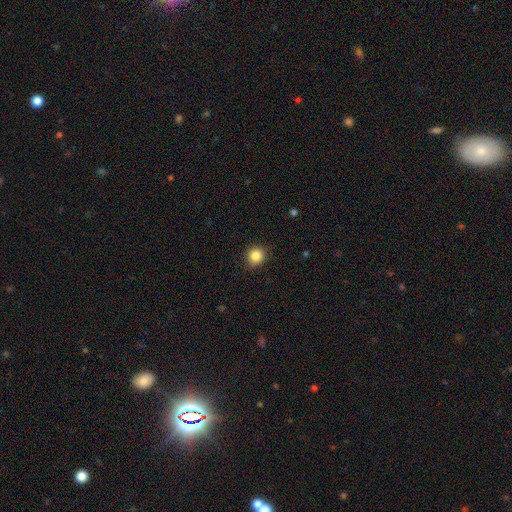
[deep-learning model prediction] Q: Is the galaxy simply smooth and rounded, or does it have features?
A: smooth — 85%.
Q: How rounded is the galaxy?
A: round — 85%.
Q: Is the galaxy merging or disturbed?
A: none — 87%.